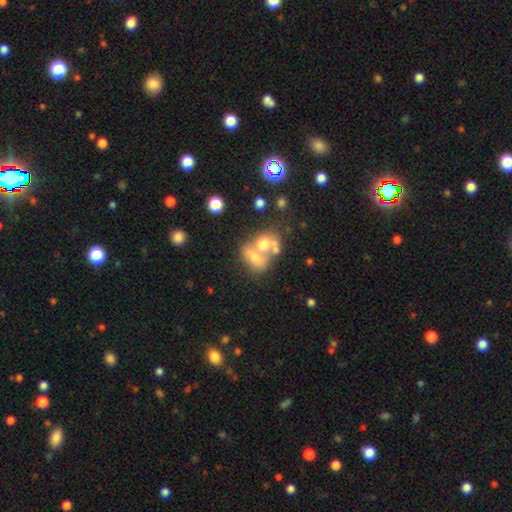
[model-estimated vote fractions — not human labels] Smooth or featured? Predicted: smooth (p=0.53). How rounded? Predicted: in between (p=0.63). Merging? Predicted: merger (p=0.64).